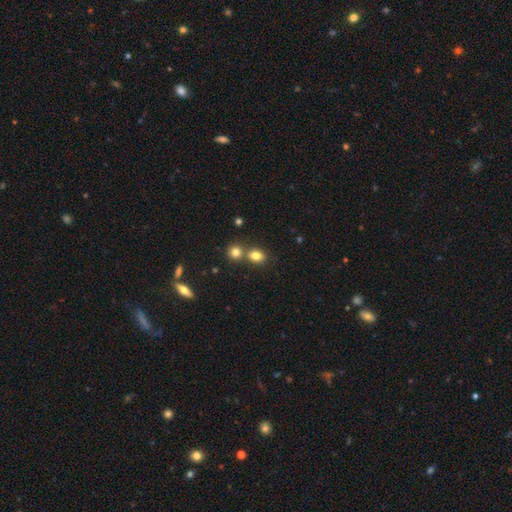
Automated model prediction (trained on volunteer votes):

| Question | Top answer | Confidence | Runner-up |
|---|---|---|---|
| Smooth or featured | smooth | 80% | star or artifact (12%) |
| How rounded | in between | 58% | round (40%) |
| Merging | none | 54% | merger (34%) |